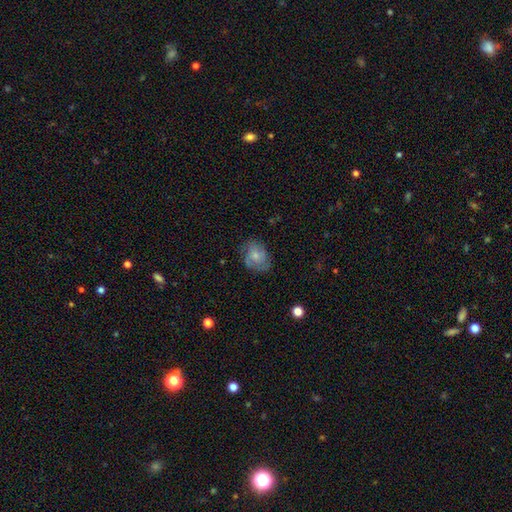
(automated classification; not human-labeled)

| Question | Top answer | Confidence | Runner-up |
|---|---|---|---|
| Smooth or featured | smooth | 57% | featured or disk (36%) |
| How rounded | in between | 54% | round (45%) |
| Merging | none | 64% | minor disturbance (25%) |